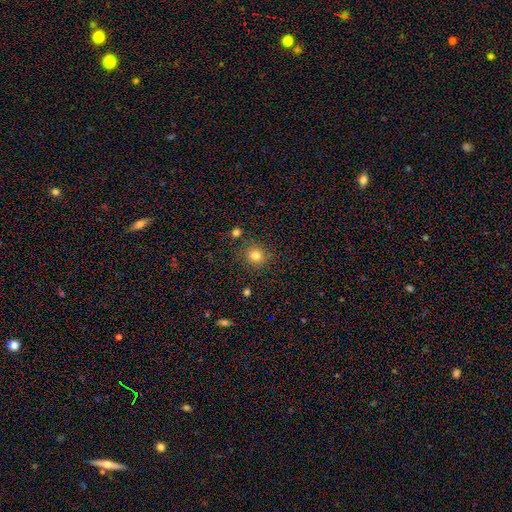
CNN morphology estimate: Smooth or featured: smooth — 81% (star or artifact — 13%)
How rounded: round — 89% (in between — 10%)
Merging: none — 83% (minor disturbance — 10%)